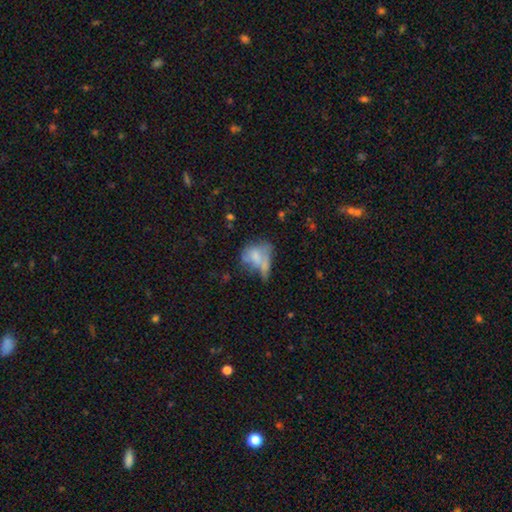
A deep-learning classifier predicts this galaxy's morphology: Q: Smooth or featured?
A: smooth (59%); runner-up: featured or disk (29%)
Q: How rounded?
A: in between (61%); runner-up: round (36%)
Q: Merging?
A: merger (29%); runner-up: major disturbance (27%)